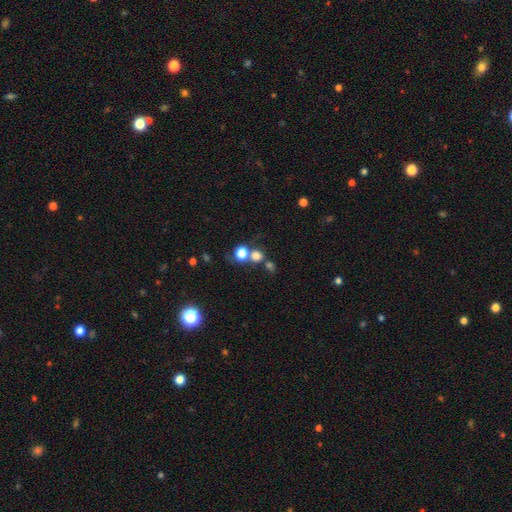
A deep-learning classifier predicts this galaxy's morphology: Smooth or featured: smooth — 74% (star or artifact — 18%)
How rounded: round — 84% (in between — 15%)
Merging: none — 53% (merger — 34%)